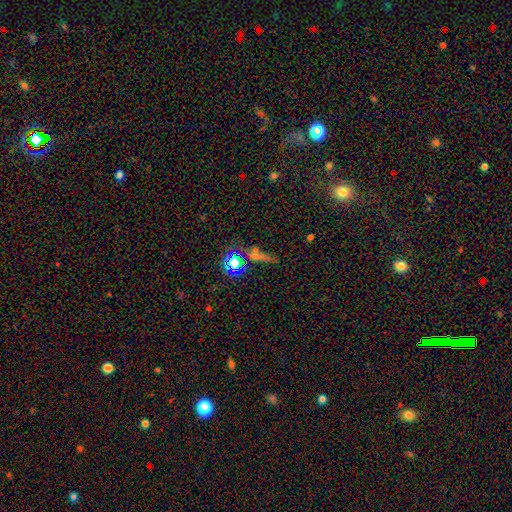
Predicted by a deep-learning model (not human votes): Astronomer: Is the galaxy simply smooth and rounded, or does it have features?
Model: star or artifact — 55%.